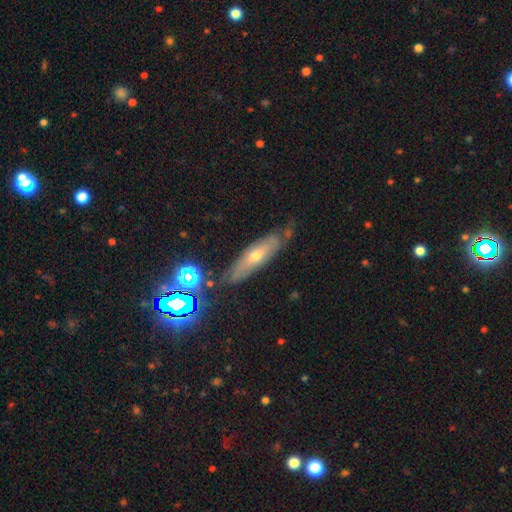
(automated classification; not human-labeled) Smooth or featured?
  - featured or disk: 47% *
  - smooth: 41%
  - star or artifact: 13%
Merging?
  - none: 67% *
  - minor disturbance: 22%
  - major disturbance: 7%
  - merger: 5%